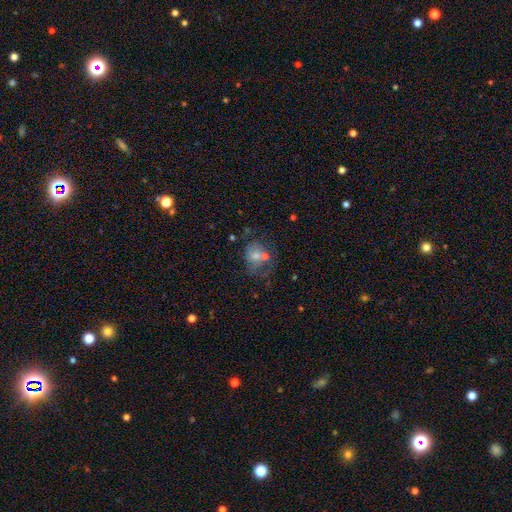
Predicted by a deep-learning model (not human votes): Smooth or featured?
  - smooth: 51% *
  - featured or disk: 32%
  - star or artifact: 17%
How rounded?
  - round: 62% *
  - in between: 37%
  - cigar-shaped: 1%
Merging?
  - none: 38% *
  - merger: 27%
  - minor disturbance: 18%
  - major disturbance: 17%